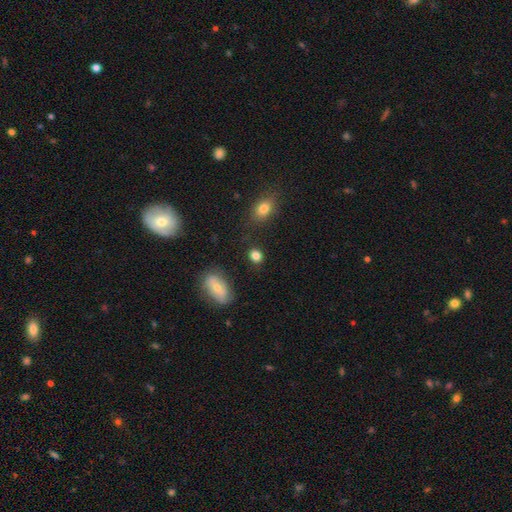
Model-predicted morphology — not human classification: Smooth or featured? Predicted: smooth (p=0.84). How rounded? Predicted: round (p=0.58). Merging? Predicted: none (p=0.80).